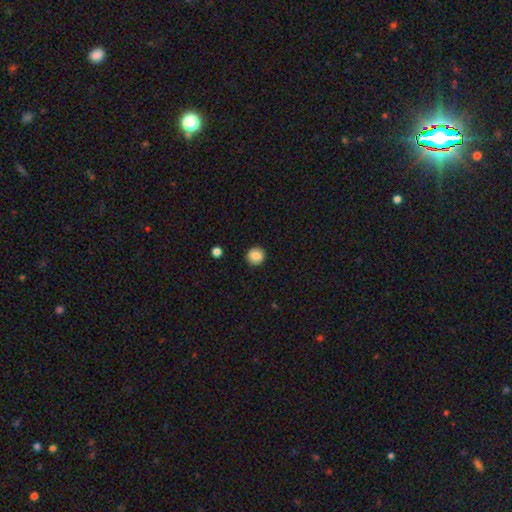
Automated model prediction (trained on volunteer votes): smooth-or-featured: smooth: 82% | star or artifact: 9% | featured or disk: 9%
  how-rounded: round: 89% | in between: 10% | cigar-shaped: 1%
  merging: none: 90% | minor disturbance: 7% | major disturbance: 2% | merger: 1%